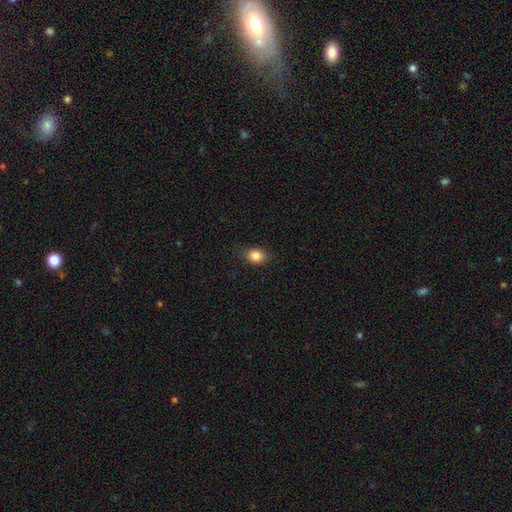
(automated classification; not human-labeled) The model was most divided on "how rounded": in between: 62%, round: 36%, cigar-shaped: 1%. More confident: smooth or featured — smooth (86%); merging — none (85%).